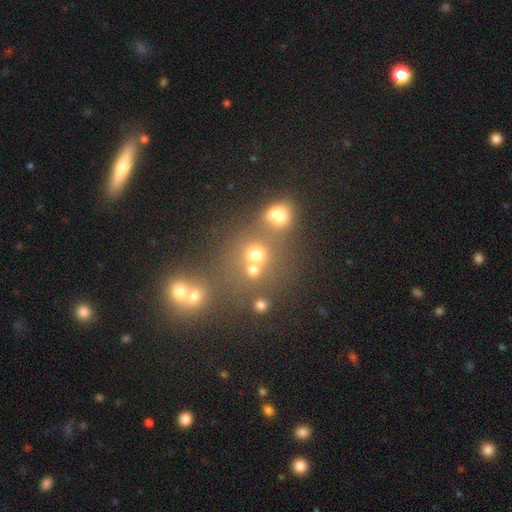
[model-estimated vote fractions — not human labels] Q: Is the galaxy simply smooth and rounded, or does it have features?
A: smooth — 48%.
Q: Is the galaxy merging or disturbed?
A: none — 53%.